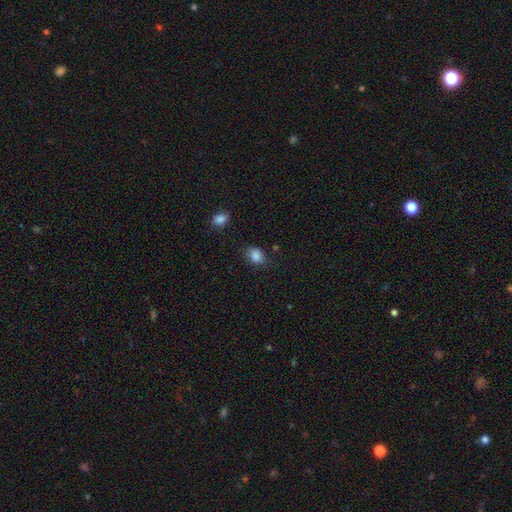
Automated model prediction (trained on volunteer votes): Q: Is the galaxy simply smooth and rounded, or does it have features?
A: smooth — 86%.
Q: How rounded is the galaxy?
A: in between — 65%.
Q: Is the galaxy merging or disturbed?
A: none — 72%.